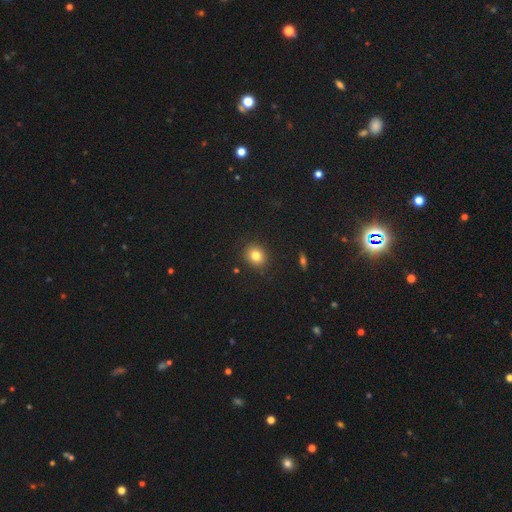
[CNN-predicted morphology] Smooth or featured: smooth — 82% (star or artifact — 11%)
How rounded: round — 67% (in between — 32%)
Merging: none — 88% (minor disturbance — 8%)